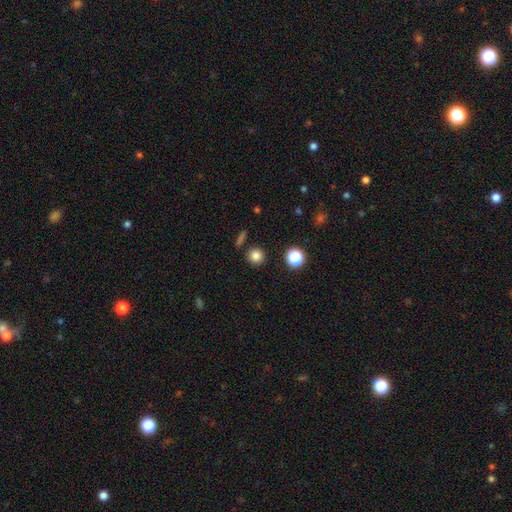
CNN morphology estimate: Smooth or featured? Predicted: smooth (p=0.81). How rounded? Predicted: round (p=0.93). Merging? Predicted: none (p=0.88).